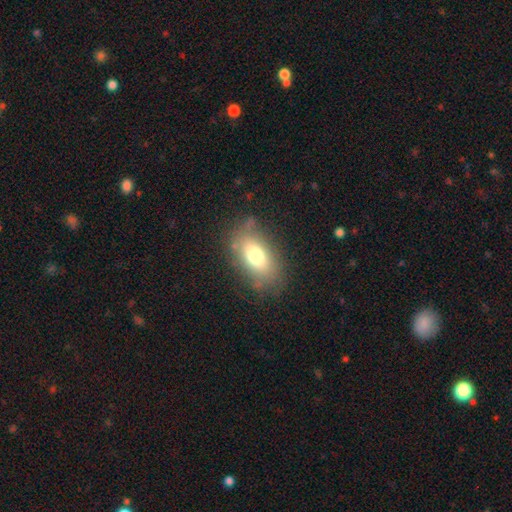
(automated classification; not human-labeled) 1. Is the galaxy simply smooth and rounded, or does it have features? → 74% smooth, 17% featured or disk, 9% star or artifact.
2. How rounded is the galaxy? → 89% in between, 6% round, 4% cigar-shaped.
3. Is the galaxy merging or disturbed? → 77% none, 16% minor disturbance, 5% major disturbance, 2% merger.